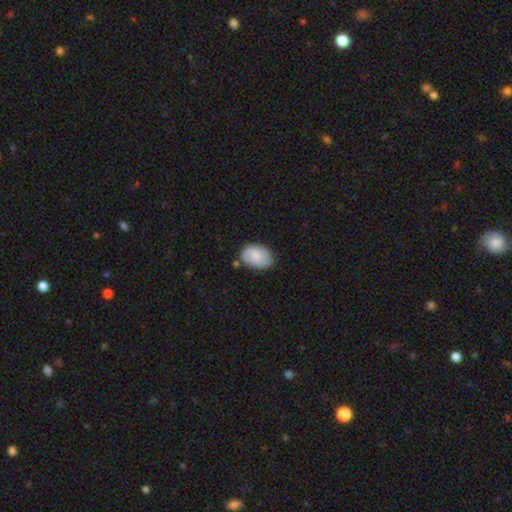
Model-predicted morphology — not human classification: This is likely a smooth galaxy (75%). How rounded: clearly in between (83%). Merging: likely none (66%).